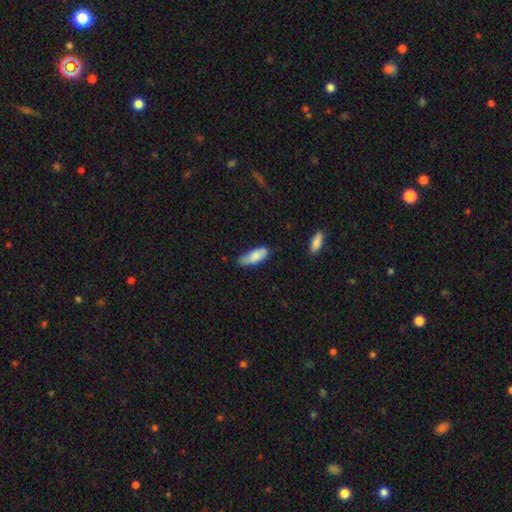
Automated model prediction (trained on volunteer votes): A smooth galaxy with no disk features (80%) that is in between round and cigar-shaped (72%). Merging: none (60%).